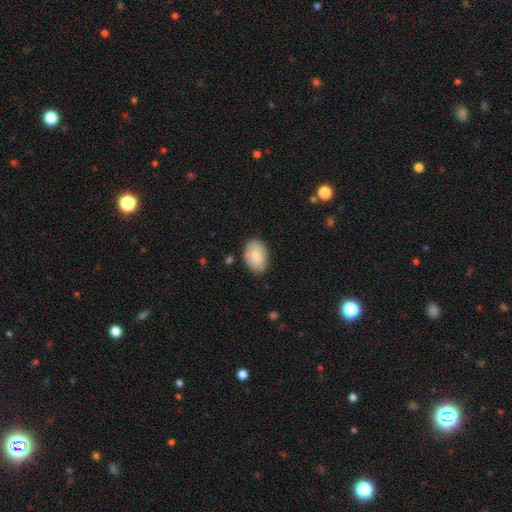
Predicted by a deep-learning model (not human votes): This is clearly a smooth galaxy (83%). How rounded: clearly in between (89%). Merging: likely none (78%).